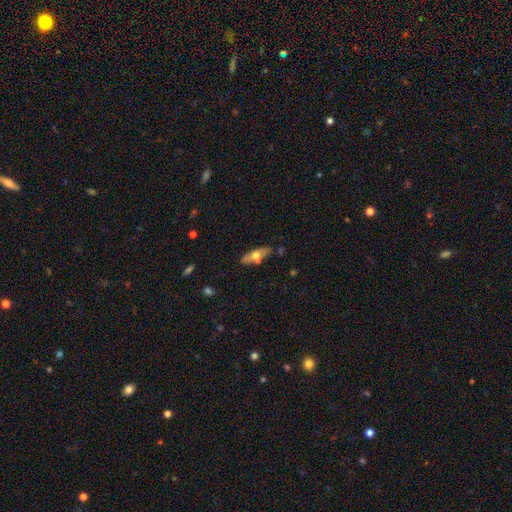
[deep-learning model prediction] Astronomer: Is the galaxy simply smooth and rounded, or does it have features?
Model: smooth — 57% (runner-up: featured or disk, 37%).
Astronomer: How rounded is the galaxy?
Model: in between — 55% (runner-up: cigar-shaped, 42%).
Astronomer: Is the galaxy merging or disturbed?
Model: none — 75%.